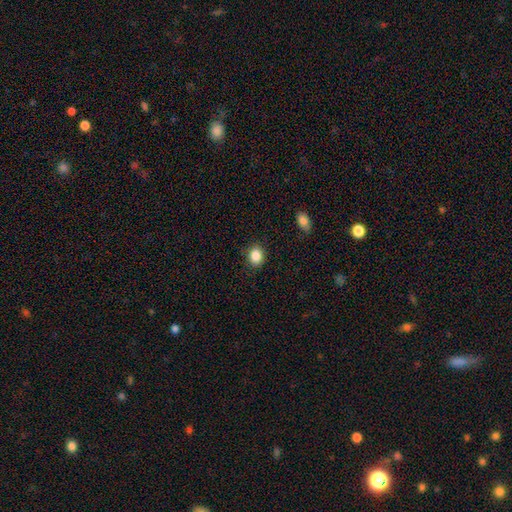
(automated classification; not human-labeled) smooth_or_featured: smooth (p=0.87) [alt: star or artifact p=0.09]
how_rounded: round (p=0.52) [alt: in between p=0.47]
merging: none (p=0.87) [alt: minor disturbance p=0.09]